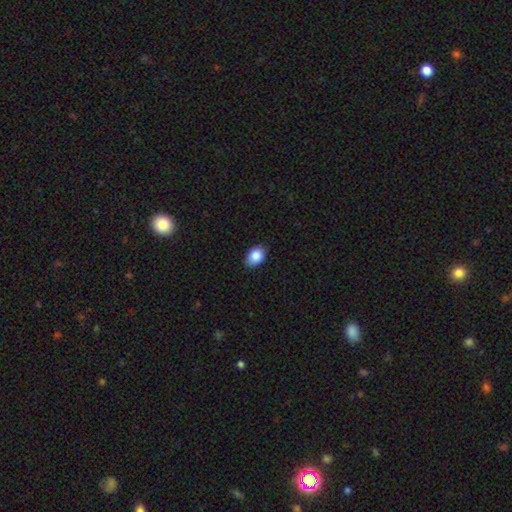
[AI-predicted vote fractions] smooth-or-featured: smooth: 87% | star or artifact: 8% | featured or disk: 5%
  how-rounded: in between: 79% | round: 20% | cigar-shaped: 1%
  merging: none: 82% | minor disturbance: 14% | major disturbance: 2% | merger: 1%